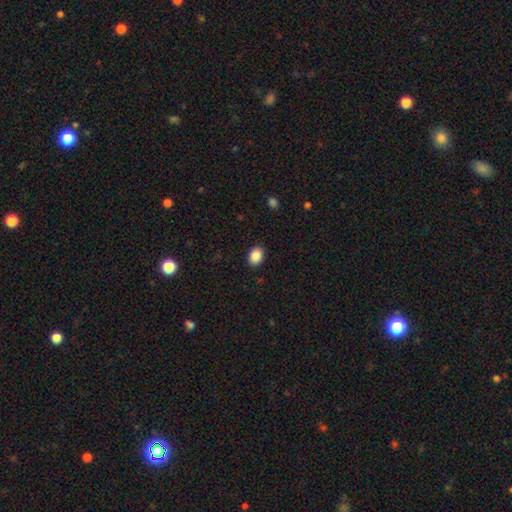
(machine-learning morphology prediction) A smooth galaxy with no disk features (88%) that is in between round and cigar-shaped (70%). Merging: none (90%).